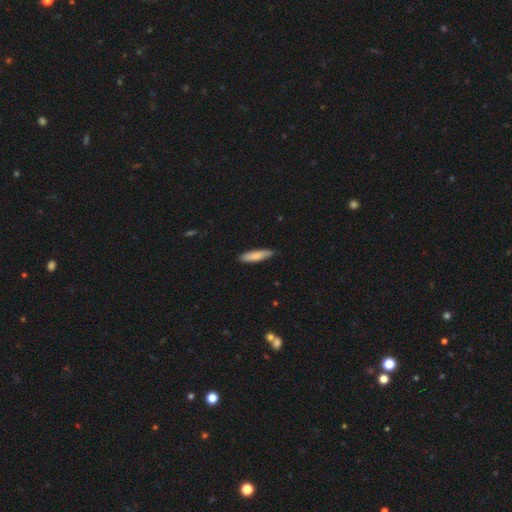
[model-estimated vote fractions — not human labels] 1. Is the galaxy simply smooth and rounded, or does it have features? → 81% smooth, 14% featured or disk, 5% star or artifact.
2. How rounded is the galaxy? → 75% cigar-shaped, 24% in between, 1% round.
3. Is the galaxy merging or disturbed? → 84% none, 13% minor disturbance, 2% major disturbance, 1% merger.